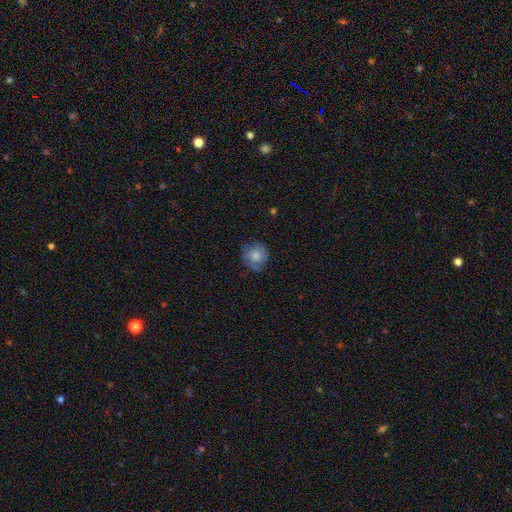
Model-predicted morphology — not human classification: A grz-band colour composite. It shows a smooth galaxy with no disk features (60%) that is round (84%). Merging: none (71%).